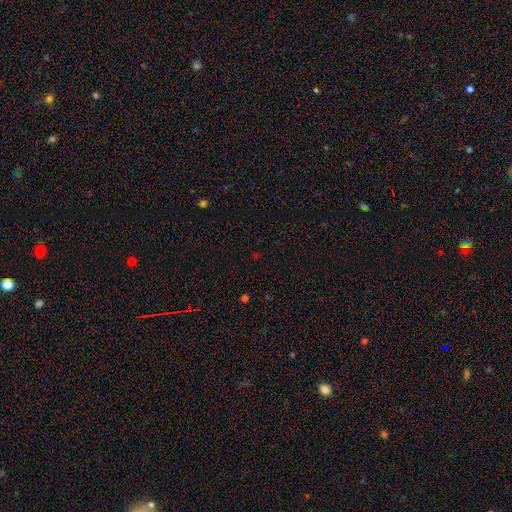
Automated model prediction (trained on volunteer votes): Smooth or featured: star or artifact — 63% (smooth — 30%)